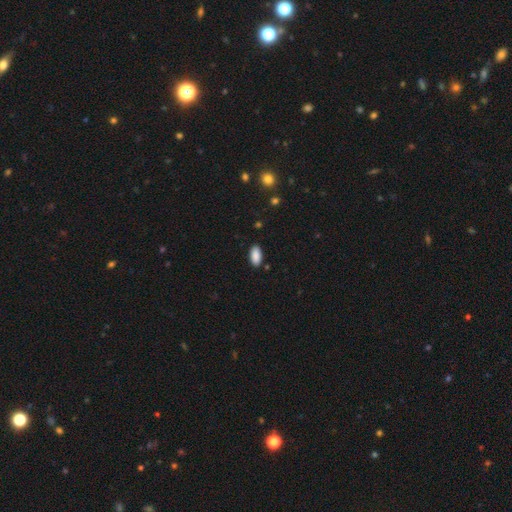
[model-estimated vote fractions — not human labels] Overall: smooth (90%). How rounded: in between (92%). Merging: none (88%).